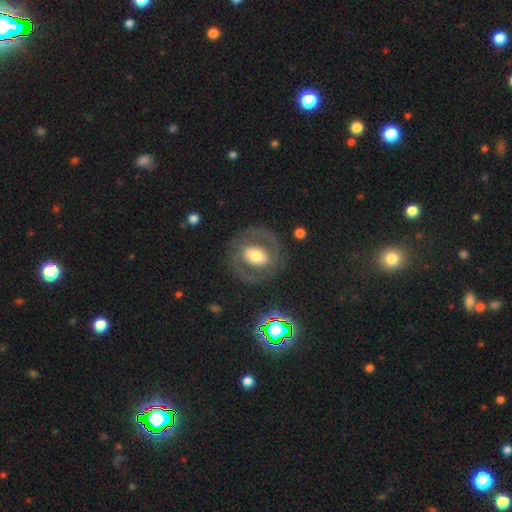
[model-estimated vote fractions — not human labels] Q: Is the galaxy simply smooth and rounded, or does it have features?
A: featured or disk — 63%.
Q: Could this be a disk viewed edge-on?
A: no — 96%.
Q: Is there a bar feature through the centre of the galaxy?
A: no — 48%.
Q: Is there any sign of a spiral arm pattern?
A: no — 52%.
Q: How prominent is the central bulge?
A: moderate — 55%.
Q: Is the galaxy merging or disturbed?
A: none — 80%.